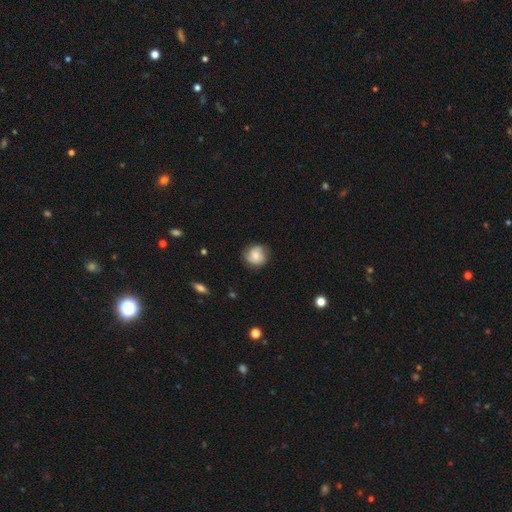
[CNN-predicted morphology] This appears to be a smooth galaxy with no disk features (57%) that is round (87%). Merging: none (75%).